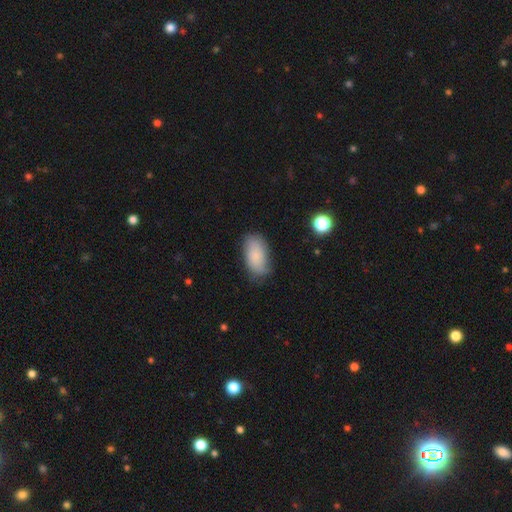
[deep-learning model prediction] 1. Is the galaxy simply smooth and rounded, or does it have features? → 78% smooth, 15% featured or disk, 8% star or artifact.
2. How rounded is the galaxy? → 93% in between, 4% round, 3% cigar-shaped.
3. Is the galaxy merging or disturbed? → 70% none, 22% minor disturbance, 6% major disturbance, 2% merger.